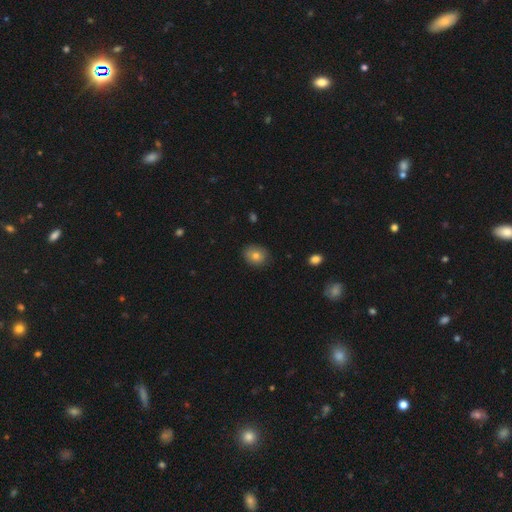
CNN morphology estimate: A smooth galaxy with no disk features (77%) that is round (54%). Merging: none (82%).